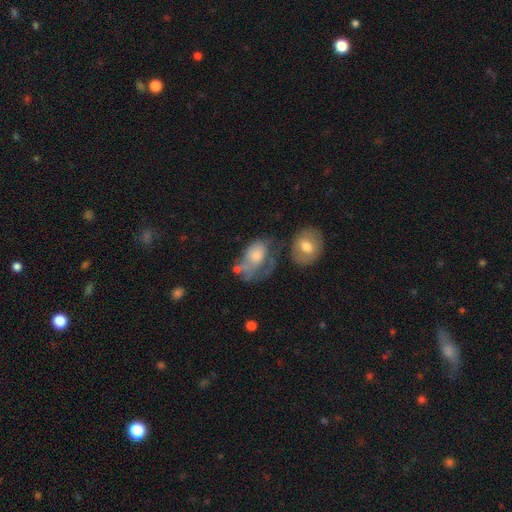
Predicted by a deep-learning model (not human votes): smooth_or_featured: smooth (p=0.60) [alt: featured or disk p=0.32]
how_rounded: in between (p=0.84) [alt: round p=0.14]
merging: major disturbance (p=0.33) [alt: minor disturbance p=0.23]